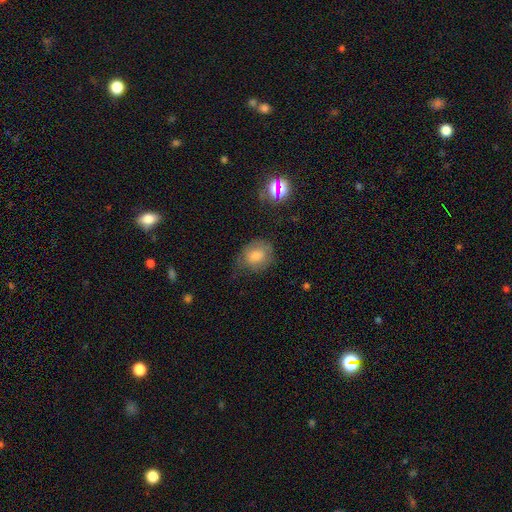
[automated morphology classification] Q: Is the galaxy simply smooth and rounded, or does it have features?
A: smooth — 68%.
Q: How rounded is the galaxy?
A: round — 60%.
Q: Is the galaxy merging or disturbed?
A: none — 60%.